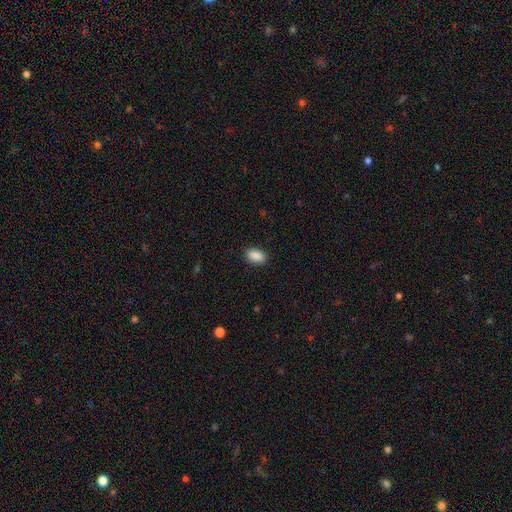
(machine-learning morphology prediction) This is clearly a smooth galaxy (90%). How rounded: clearly in between (90%). Merging: clearly none (89%).